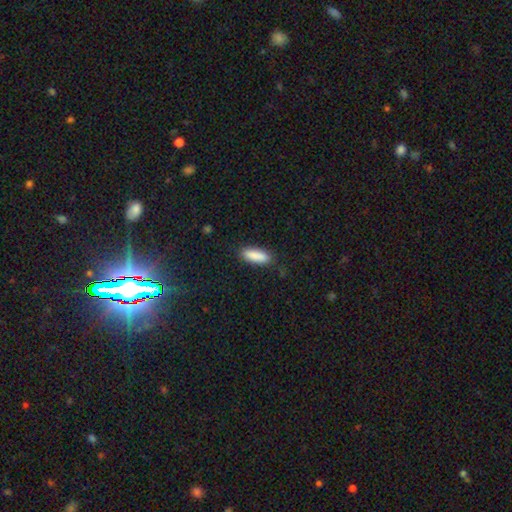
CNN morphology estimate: Smooth or featured: smooth — 89% (star or artifact — 6%)
How rounded: in between — 56% (cigar-shaped — 42%)
Merging: none — 86% (minor disturbance — 10%)